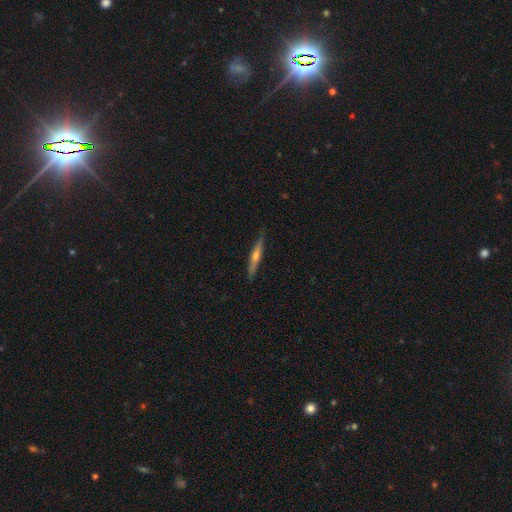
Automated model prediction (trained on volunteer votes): Smooth or featured: featured or disk — 68% (smooth — 26%)
Edge-on disk: yes — 97% (no — 3%)
Edge-on bulge: rounded — 87% (none — 9%)
Merging: none — 90% (minor disturbance — 8%)